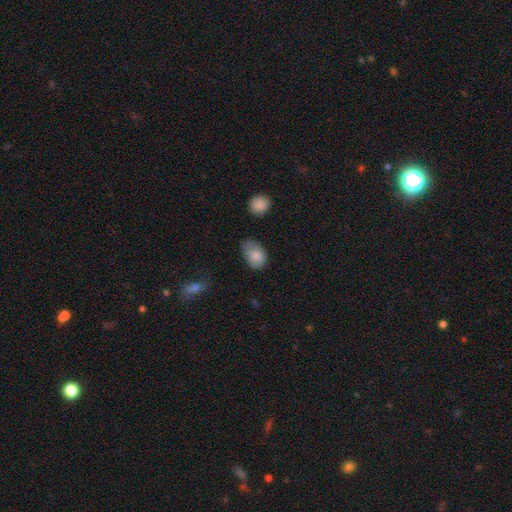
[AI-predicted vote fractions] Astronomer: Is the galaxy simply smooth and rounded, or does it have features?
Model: smooth — 81%.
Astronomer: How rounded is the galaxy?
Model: in between — 83%.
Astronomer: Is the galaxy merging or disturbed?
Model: none — 46% (runner-up: minor disturbance, 39%).